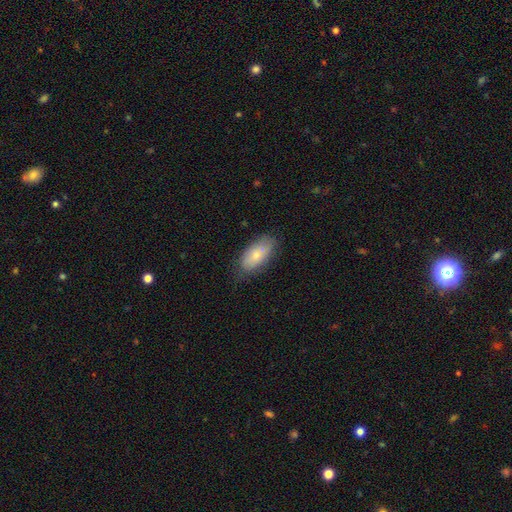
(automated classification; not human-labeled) Smooth or featured: smooth — 72% (featured or disk — 22%)
How rounded: in between — 91% (cigar-shaped — 6%)
Merging: none — 77% (minor disturbance — 18%)